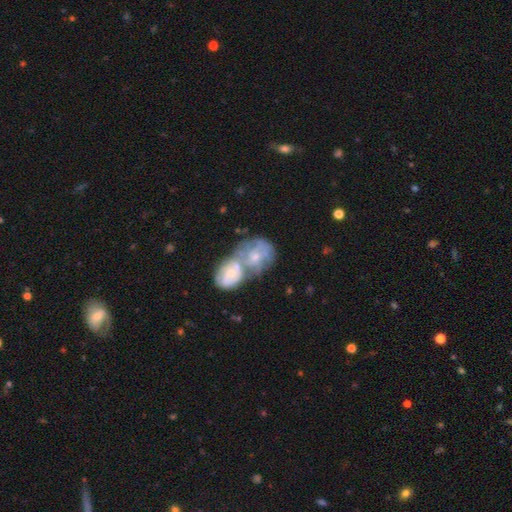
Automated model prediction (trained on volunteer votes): Q: Smooth or featured?
A: featured or disk (67%); runner-up: smooth (26%)
Q: Edge-on disk?
A: no (97%); runner-up: yes (3%)
Q: Bar?
A: no (78%); runner-up: weak (19%)
Q: Spiral arms?
A: yes (66%); runner-up: no (34%)
Q: Bulge size?
A: small (53%); runner-up: moderate (39%)
Q: Merging?
A: merger (70%); runner-up: none (16%)